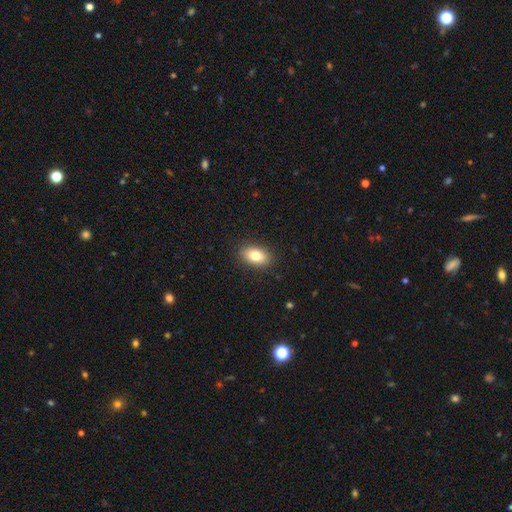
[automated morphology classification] smooth 82%, featured or disk 10%, star or artifact 8%. Down the decision tree: how rounded — in between (89%); merging — none (89%).